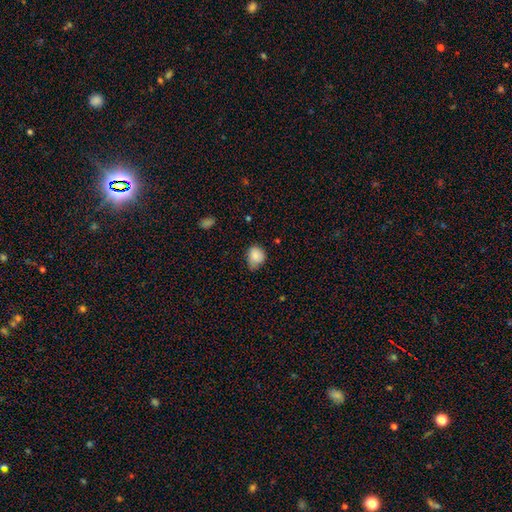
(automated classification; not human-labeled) A smooth galaxy with no disk features (84%) that is round (57%). Merging: none (50%).